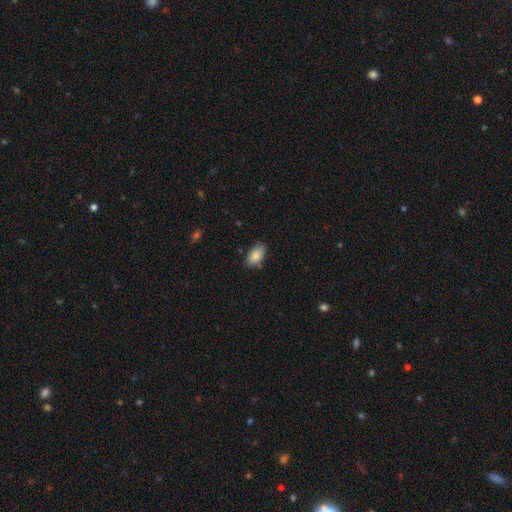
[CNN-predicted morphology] This is clearly a smooth galaxy (85%). How rounded: clearly in between (93%). Merging: likely none (77%).